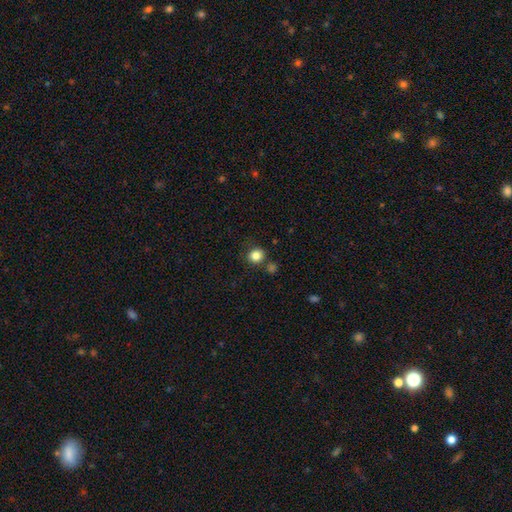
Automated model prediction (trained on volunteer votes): This is clearly a smooth galaxy (84%). How rounded: clearly round (86%). Merging: likely none (78%).